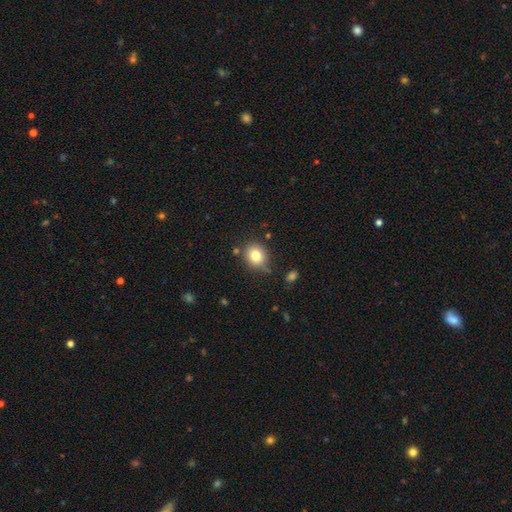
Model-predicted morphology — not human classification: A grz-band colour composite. It shows a smooth galaxy with no disk features (80%) that is round (75%). Merging: none (76%).